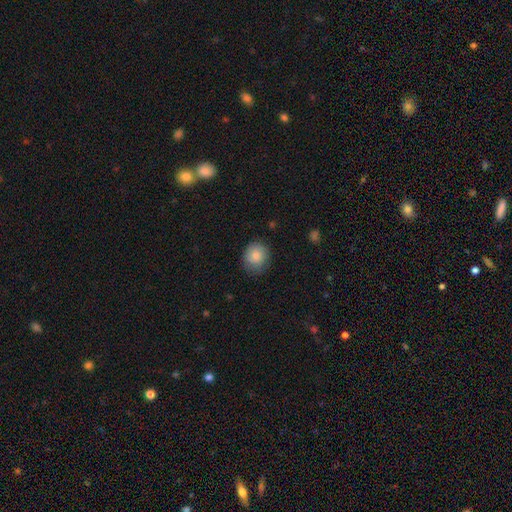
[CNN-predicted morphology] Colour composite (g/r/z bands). It shows a smooth galaxy with no disk features (83%) that is round (78%). Merging: none (79%).